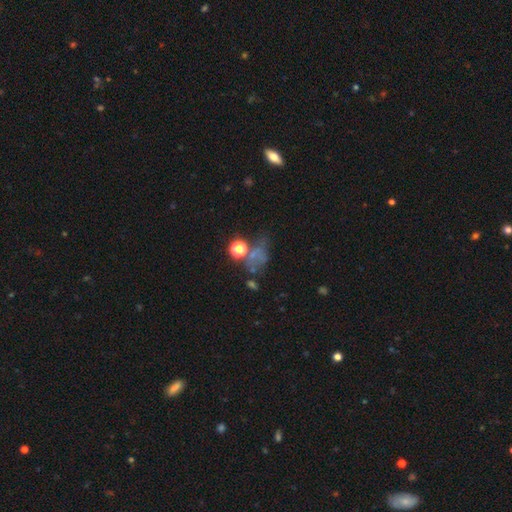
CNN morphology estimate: Smooth or featured? smooth (42%)
Merging? none (37%)